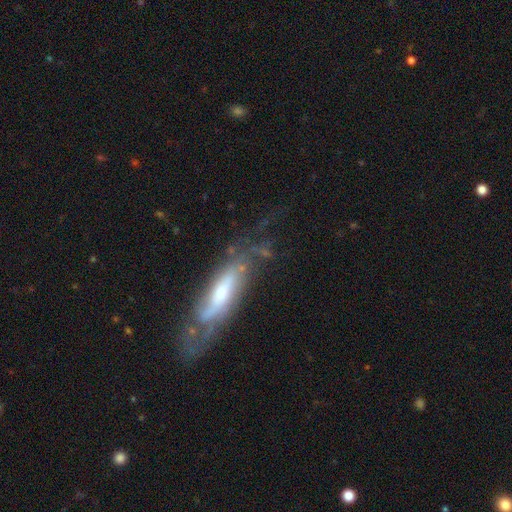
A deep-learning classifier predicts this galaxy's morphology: smooth_or_featured: featured or disk (p=0.73) [alt: smooth p=0.19]
disk_edge_on: no (p=0.63) [alt: yes p=0.37]
merging: none (p=0.60) [alt: minor disturbance p=0.23]